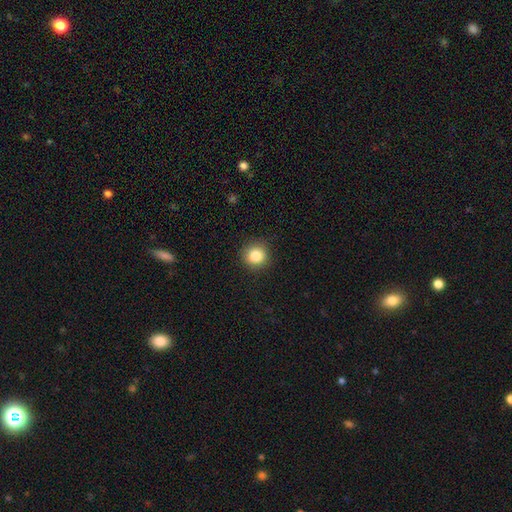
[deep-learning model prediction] Overall: smooth (84%). How rounded: round (91%). Merging: none (90%).